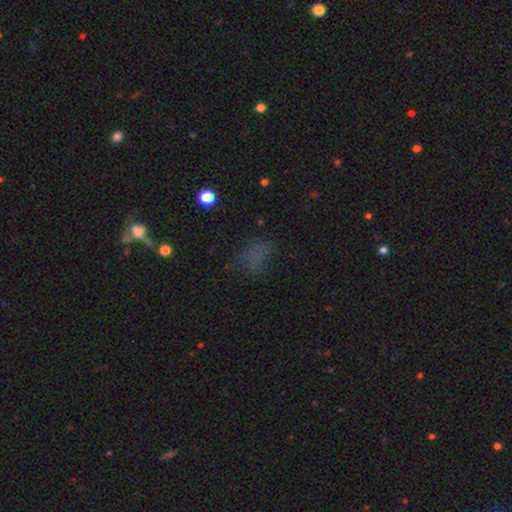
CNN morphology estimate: Smooth or featured?
  - smooth: 56% *
  - star or artifact: 27%
  - featured or disk: 16%
How rounded?
  - in between: 75% *
  - round: 21%
  - cigar-shaped: 4%
Merging?
  - none: 51% *
  - minor disturbance: 23%
  - major disturbance: 23%
  - merger: 3%